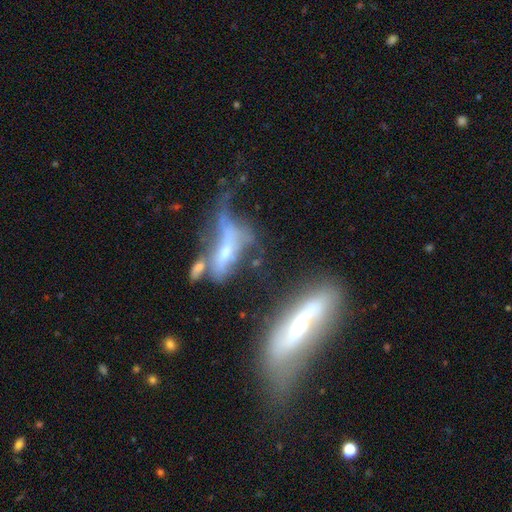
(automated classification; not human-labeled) smooth-or-featured: featured or disk: 63% | smooth: 26% | star or artifact: 12%
  disk-edge-on: yes: 51% | no: 49%
  merging: merger: 35% | none: 27% | major disturbance: 20% | minor disturbance: 17%